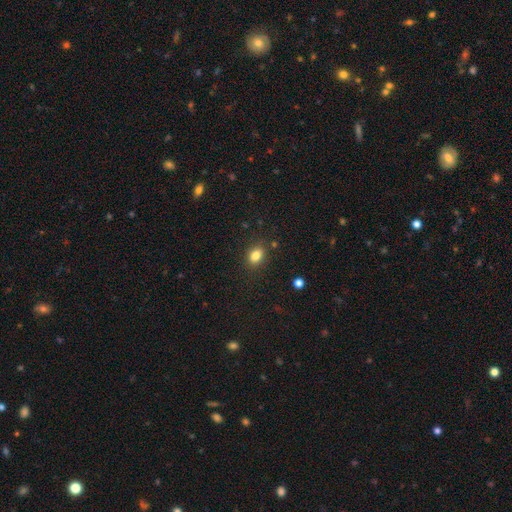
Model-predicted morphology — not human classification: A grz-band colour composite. It shows a smooth galaxy with no disk features (83%) that is in between round and cigar-shaped (69%). Merging: none (85%).